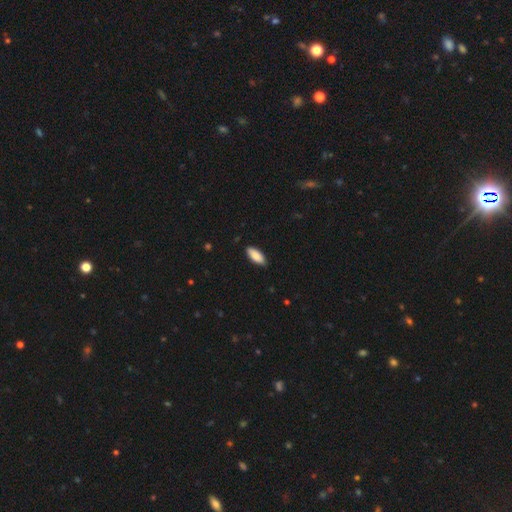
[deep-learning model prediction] The model was most divided on "how rounded": in between: 82%, cigar-shaped: 16%, round: 2%. More confident: smooth or featured — smooth (87%); merging — none (87%).